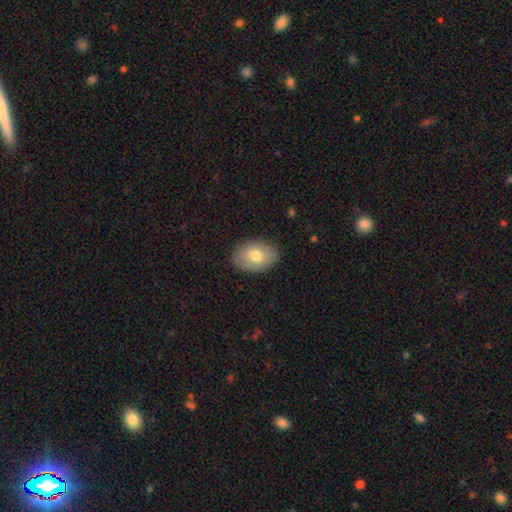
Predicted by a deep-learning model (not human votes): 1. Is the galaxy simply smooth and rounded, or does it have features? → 75% smooth, 18% featured or disk, 7% star or artifact.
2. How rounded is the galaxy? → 83% in between, 16% round, 1% cigar-shaped.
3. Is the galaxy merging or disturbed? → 86% none, 11% minor disturbance, 2% major disturbance, 1% merger.